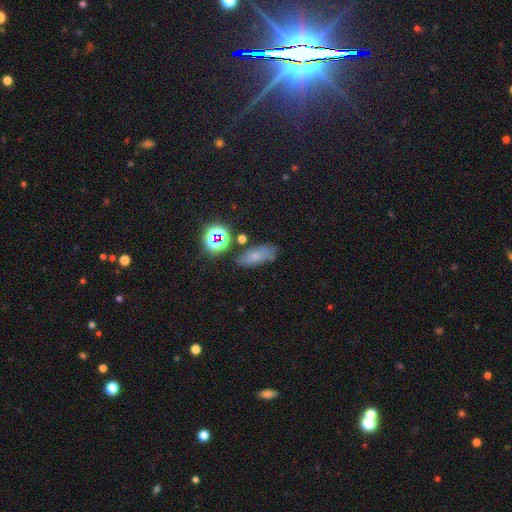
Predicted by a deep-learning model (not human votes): smooth 58%, star or artifact 22%, featured or disk 20%. Down the decision tree: how rounded — in between (76%); merging — none (69%).